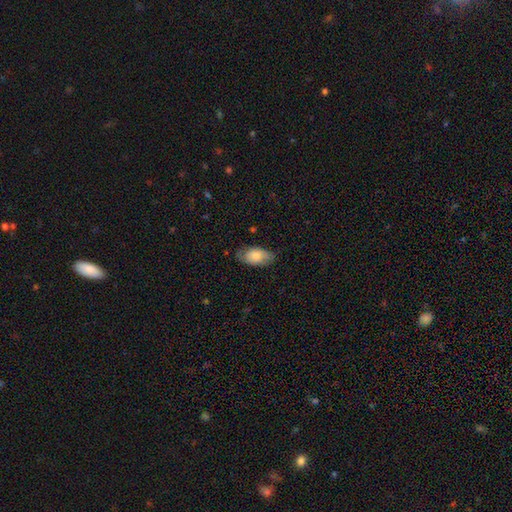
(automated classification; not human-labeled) This appears to be a smooth galaxy with no disk features (75%) that is in between round and cigar-shaped (93%). Merging: none (70%).